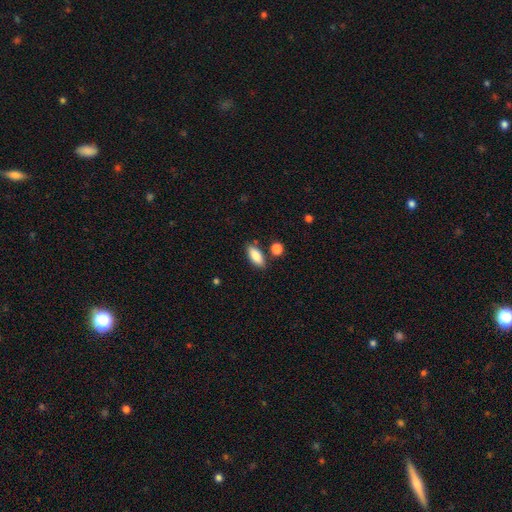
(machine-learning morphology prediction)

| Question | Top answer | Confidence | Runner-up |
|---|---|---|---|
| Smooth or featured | smooth | 83% | featured or disk (10%) |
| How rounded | in between | 84% | cigar-shaped (13%) |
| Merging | none | 81% | minor disturbance (11%) |